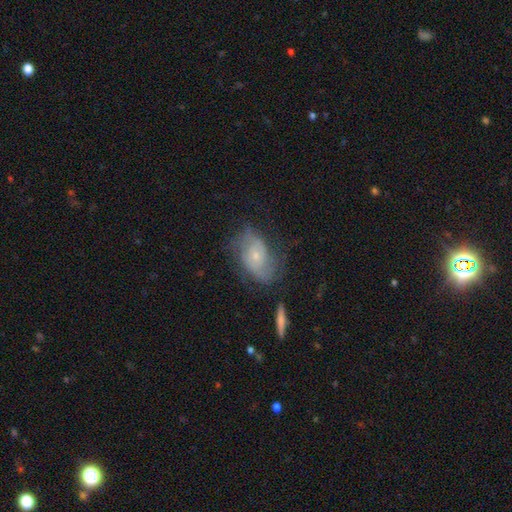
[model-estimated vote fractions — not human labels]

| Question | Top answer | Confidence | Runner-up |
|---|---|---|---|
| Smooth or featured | featured or disk | 64% | smooth (27%) |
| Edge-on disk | no | 95% | yes (5%) |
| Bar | no | 74% | weak (22%) |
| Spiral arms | yes | 82% | no (18%) |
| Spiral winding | medium | 40% | tight (35%) |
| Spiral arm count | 2 | 54% | can't tell (30%) |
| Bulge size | small | 71% | moderate (24%) |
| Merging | none | 60% | minor disturbance (24%) |